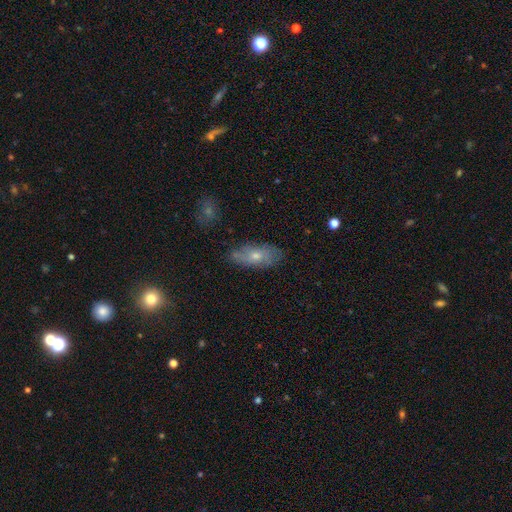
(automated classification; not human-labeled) Q: Smooth or featured?
A: smooth (47%); runner-up: featured or disk (43%)
Q: Merging?
A: none (76%); runner-up: minor disturbance (18%)